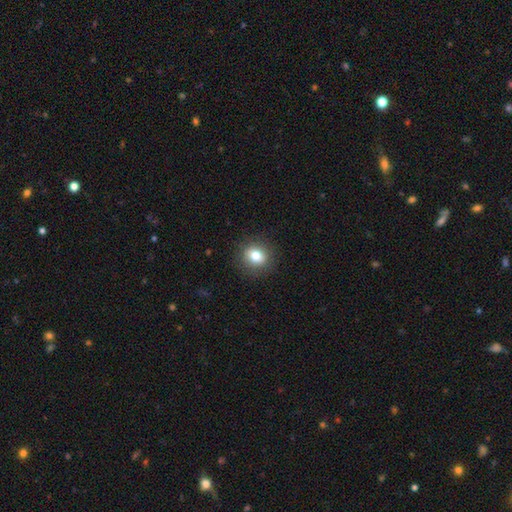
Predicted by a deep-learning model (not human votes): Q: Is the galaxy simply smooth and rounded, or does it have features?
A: smooth — 79%.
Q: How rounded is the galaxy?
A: round — 76%.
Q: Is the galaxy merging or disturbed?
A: none — 89%.